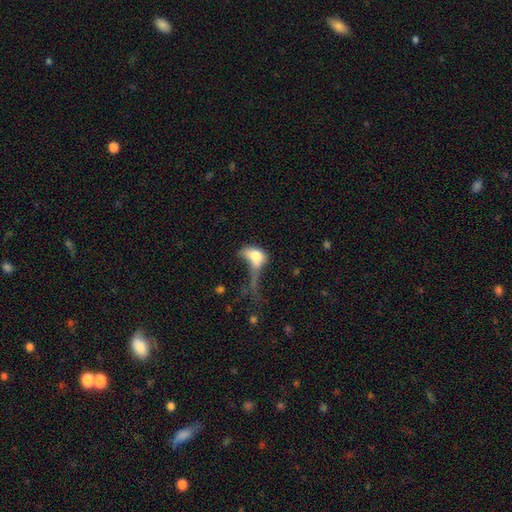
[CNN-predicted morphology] Smooth or featured: smooth — 67% (featured or disk — 24%)
How rounded: in between — 79% (round — 16%)
Merging: major disturbance — 53% (merger — 20%)